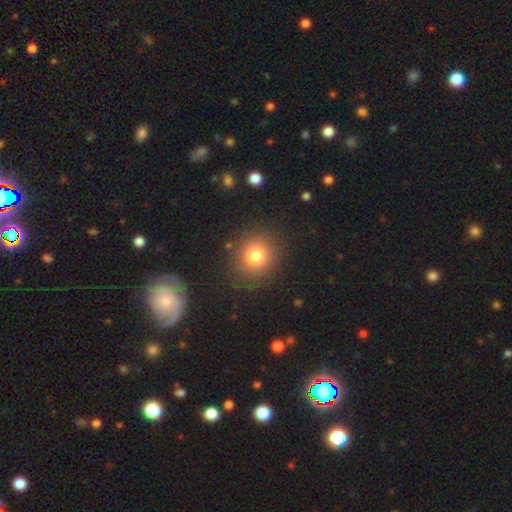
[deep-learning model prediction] Morphology: type=smooth (78%); roundness=round (85%); merging=none (87%).